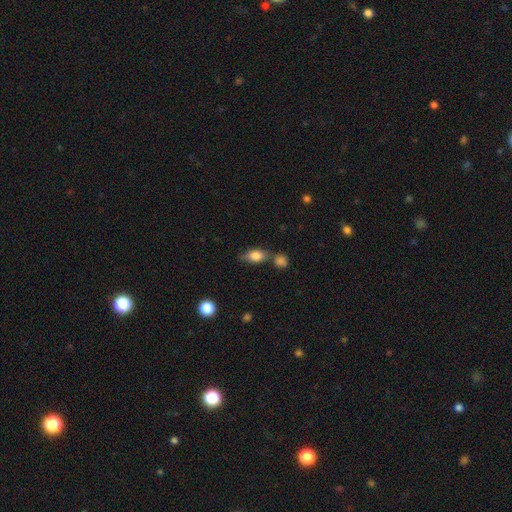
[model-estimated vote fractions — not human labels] Smooth or featured? smooth (78%)
How rounded? in between (81%)
Merging? none (57%)